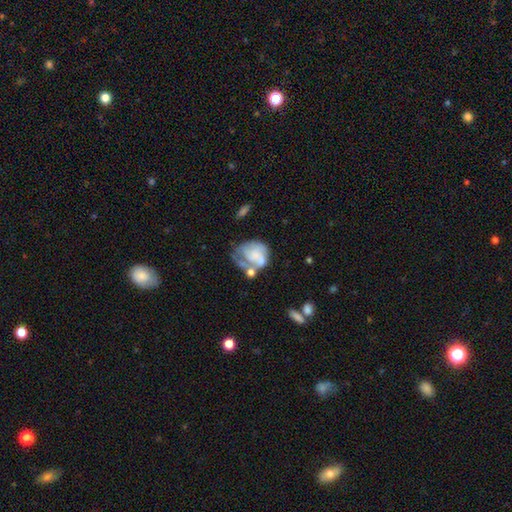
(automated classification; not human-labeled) Smooth or featured? featured or disk (54%)
Edge-on disk? no (98%)
Bar? no (80%)
Spiral arms? no (54%)
Bulge size? none (51%)
Merging? major disturbance (31%)